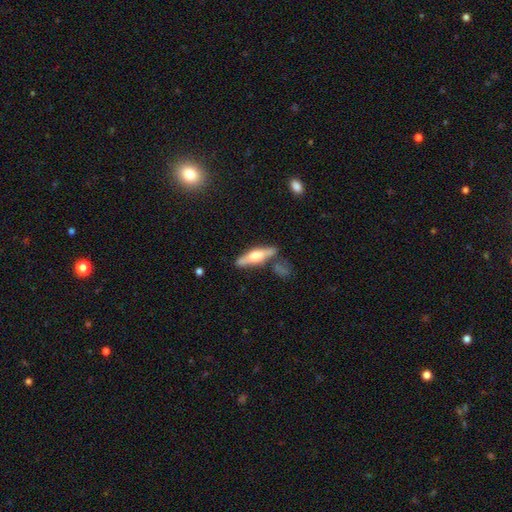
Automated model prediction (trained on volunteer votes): featured or disk 54%, smooth 40%, star or artifact 6%. Down the decision tree: edge-on disk — yes (91%); merging — none (68%).